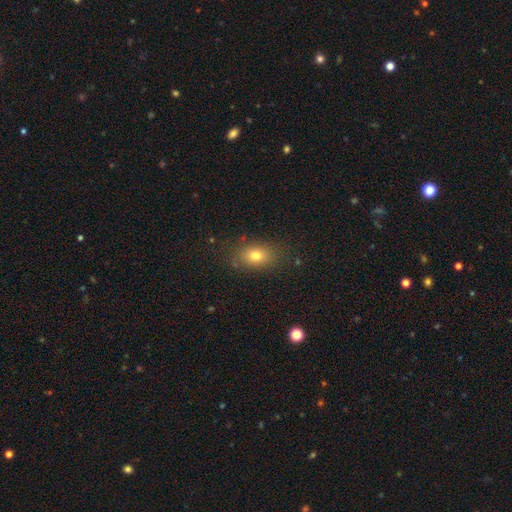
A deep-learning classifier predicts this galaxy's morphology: smooth 77%, star or artifact 12%, featured or disk 11%. Down the decision tree: how rounded — in between (76%); merging — none (81%).